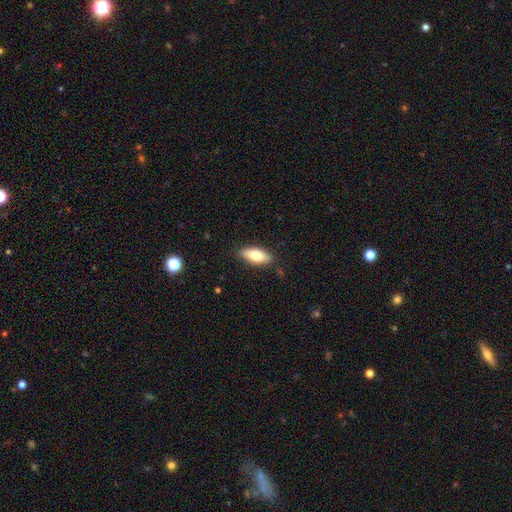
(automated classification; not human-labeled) Overall: smooth (73%). How rounded: in between (82%). Merging: none (85%).